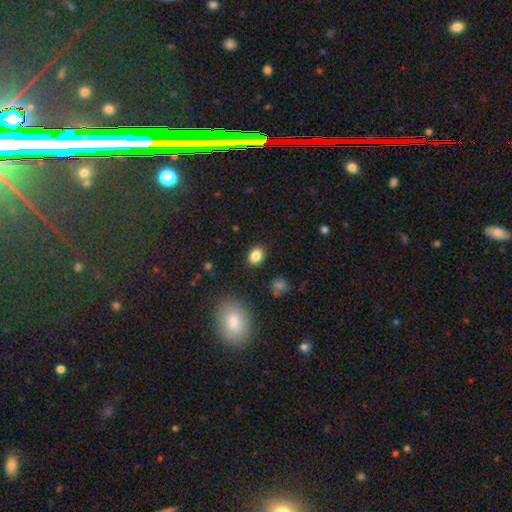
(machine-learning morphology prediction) Smooth or featured? Predicted: smooth (p=0.85). How rounded? Predicted: in between (p=0.60). Merging? Predicted: none (p=0.88).